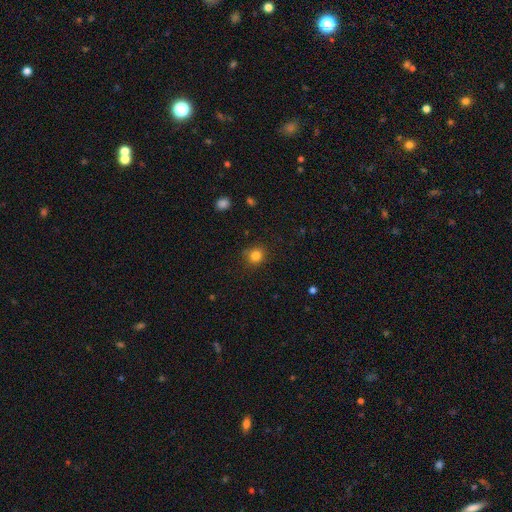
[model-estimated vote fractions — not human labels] Q: Smooth or featured?
A: smooth (83%); runner-up: star or artifact (12%)
Q: How rounded?
A: round (86%); runner-up: in between (13%)
Q: Merging?
A: none (87%); runner-up: minor disturbance (10%)